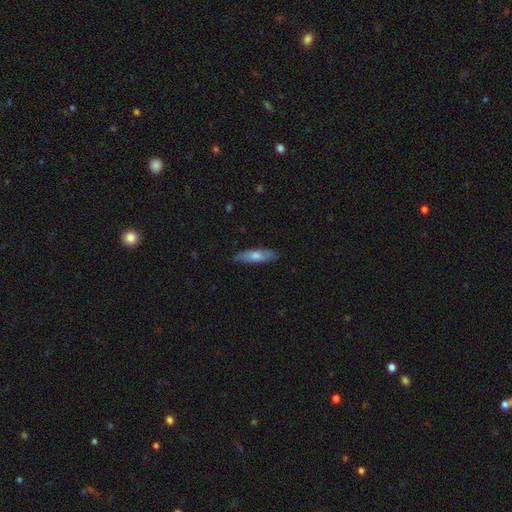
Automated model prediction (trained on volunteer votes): smooth 68%, featured or disk 27%, star or artifact 5%. Down the decision tree: how rounded — cigar-shaped (62%); merging — none (84%).